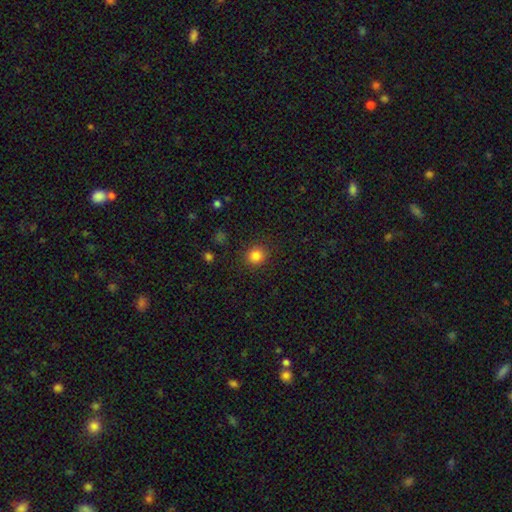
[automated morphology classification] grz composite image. It shows a smooth galaxy with no disk features (83%) that is round (87%). Merging: none (89%).